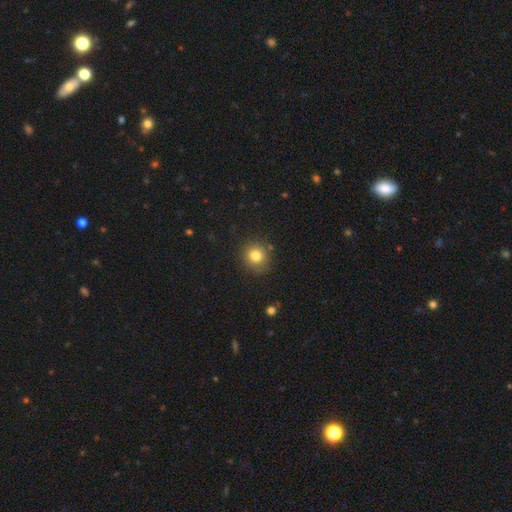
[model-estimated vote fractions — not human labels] Smooth or featured? Predicted: smooth (p=0.81). How rounded? Predicted: round (p=0.89). Merging? Predicted: none (p=0.85).